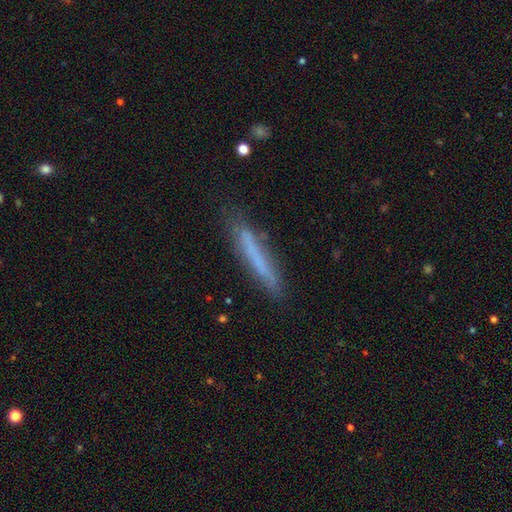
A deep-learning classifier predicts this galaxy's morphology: smooth 59%, featured or disk 33%, star or artifact 8%. Down the decision tree: how rounded — cigar-shaped (94%); merging — none (79%).